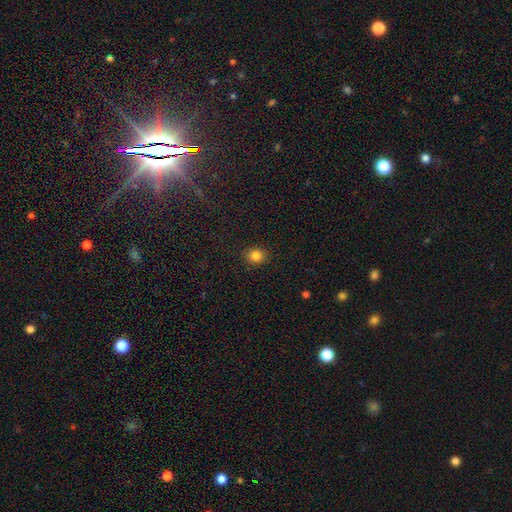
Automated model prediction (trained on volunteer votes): Smooth or featured? Predicted: smooth (p=0.83). How rounded? Predicted: round (p=0.66). Merging? Predicted: none (p=0.90).